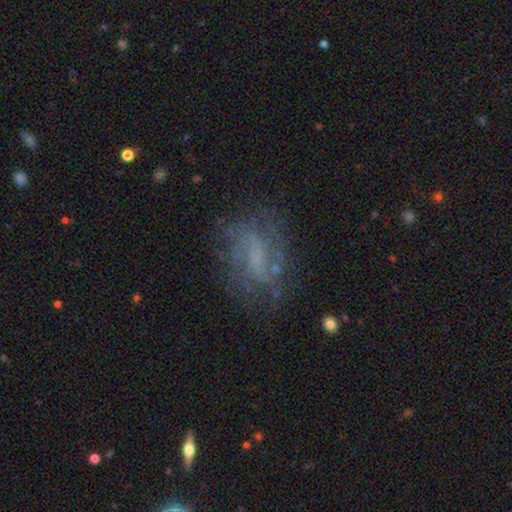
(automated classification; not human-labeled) Overall: featured or disk (63%; smooth 23%). Edge-on disk: no (96%). Bar: no (43%; weak 42%). Spiral arms: yes (77%). Bulge size: none (57%; small 22%). Merging: none (67%).